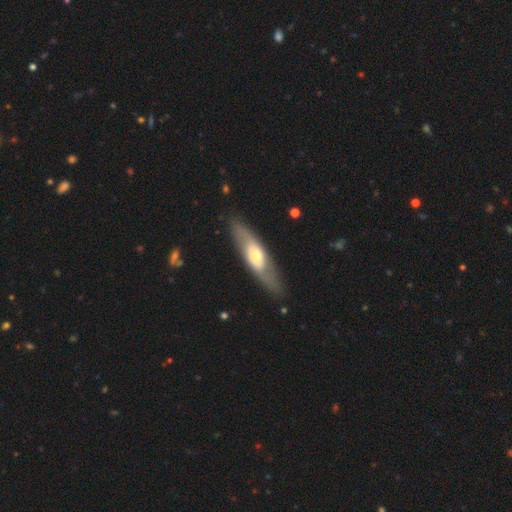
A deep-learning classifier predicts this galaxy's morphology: type=featured or disk (54%); edge-on=no (57%); merging=none (82%).